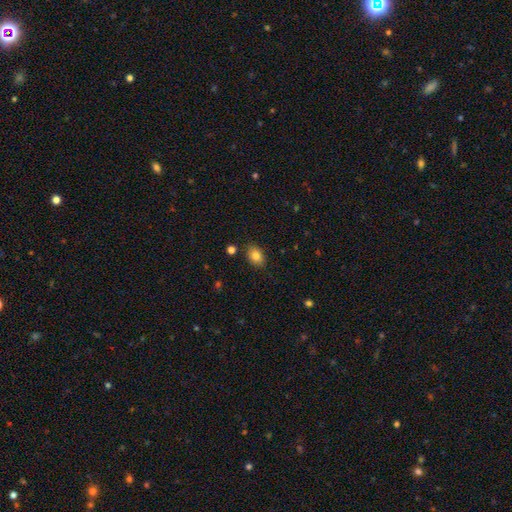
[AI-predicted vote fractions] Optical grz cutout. It shows a smooth galaxy with no disk features (83%) that is in between round and cigar-shaped (70%). Merging: none (85%).